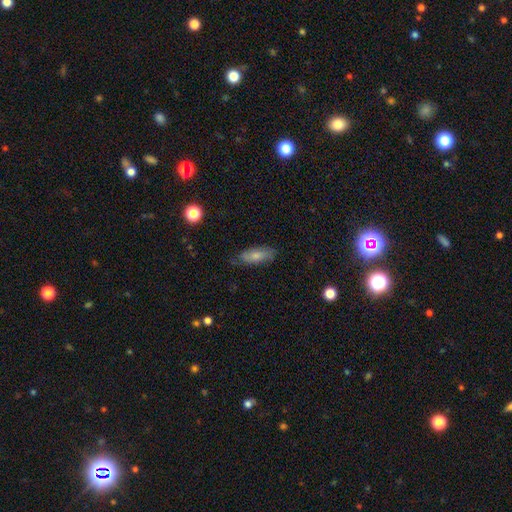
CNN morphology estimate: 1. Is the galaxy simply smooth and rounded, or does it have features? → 74% smooth, 19% featured or disk, 7% star or artifact.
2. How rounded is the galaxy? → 69% in between, 28% cigar-shaped, 2% round.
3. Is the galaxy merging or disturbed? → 74% none, 21% minor disturbance, 4% major disturbance, 1% merger.